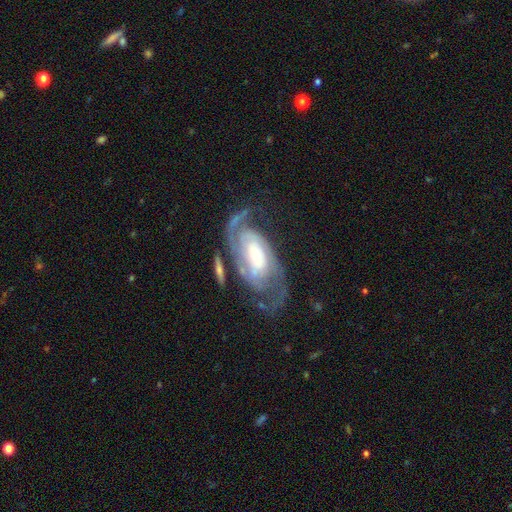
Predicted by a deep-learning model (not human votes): Smooth or featured?
  - featured or disk: 87% *
  - smooth: 8%
  - star or artifact: 5%
Edge-on disk?
  - no: 95% *
  - yes: 5%
Bar?
  - weak: 40% * (tied)
  - no: 40% * (tied)
  - strong: 20%
Spiral arms?
  - yes: 95% *
  - no: 5%
Spiral winding?
  - tight: 43% *
  - medium: 41%
  - loose: 16%
Spiral arm count?
  - 2: 72% *
  - can't tell: 13%
  - 1: 6%
  - 3: 5%
  - 4: 2%
  - more than 4: 2%
Bulge size?
  - small: 44% *
  - moderate: 42%
  - large: 10%
  - none: 2%
  - dominant: 2%
Merging?
  - none: 54% *
  - major disturbance: 21%
  - minor disturbance: 19%
  - merger: 6%